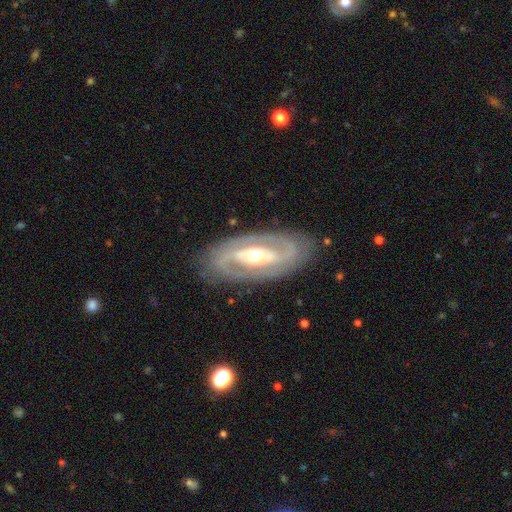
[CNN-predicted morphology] This appears to be a featured or disk galaxy (86%) with a strong bar (42%), 2 (87%) tight (44%) spiral arms (83%) and a moderate central bulge (67%). Merging: none (84%).